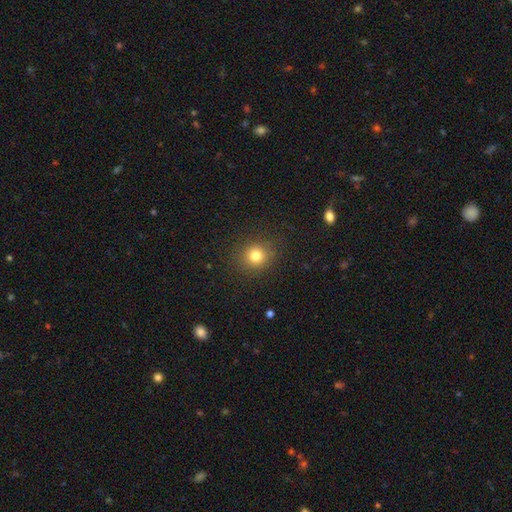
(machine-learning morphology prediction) Q: Smooth or featured?
A: smooth (80%); runner-up: star or artifact (13%)
Q: How rounded?
A: round (86%); runner-up: in between (13%)
Q: Merging?
A: none (87%); runner-up: minor disturbance (8%)